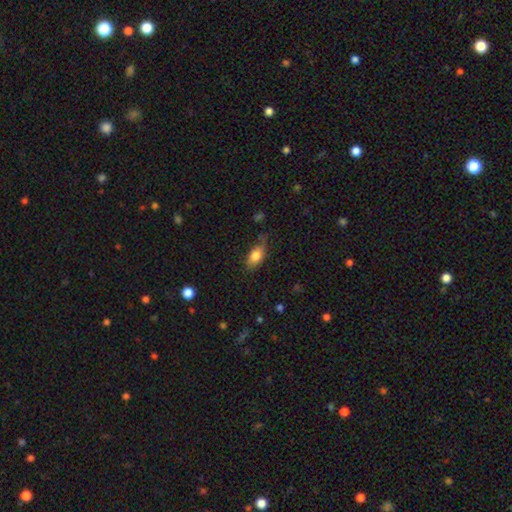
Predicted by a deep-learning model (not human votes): The model was most divided on "merging": none: 63%, minor disturbance: 28%, major disturbance: 7%, merger: 2%. More confident: how rounded — in between (85%); smooth or featured — smooth (80%).